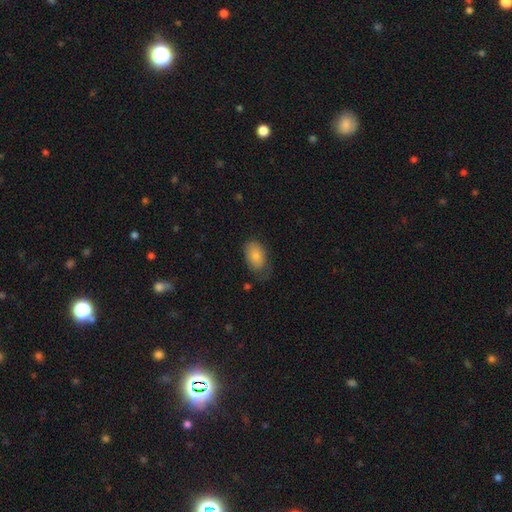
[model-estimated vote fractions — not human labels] Smooth or featured: smooth — 80% (featured or disk — 13%)
How rounded: in between — 90% (round — 9%)
Merging: none — 53% (minor disturbance — 33%)